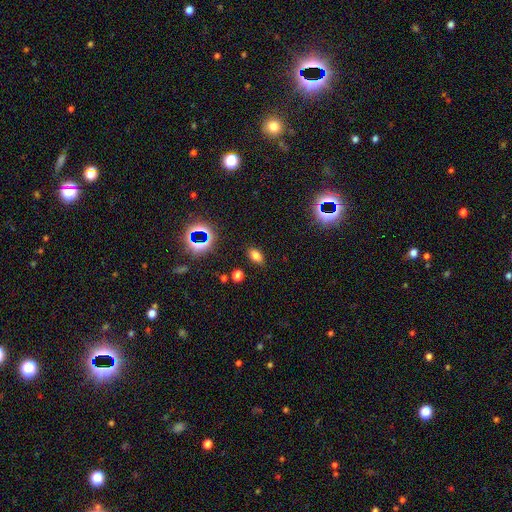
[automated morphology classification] This appears to be a smooth galaxy with no disk features (72%) that is in between round and cigar-shaped (87%). Merging: none (85%).